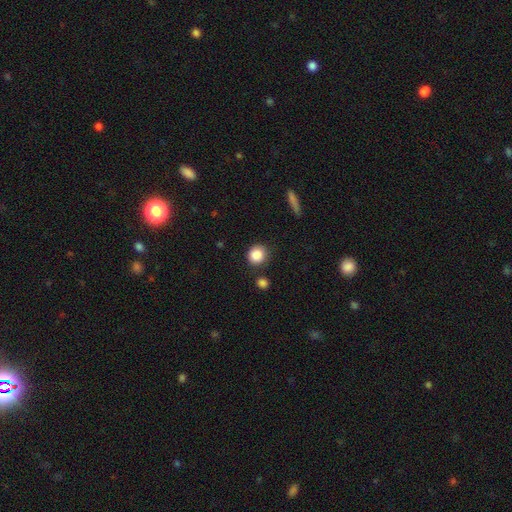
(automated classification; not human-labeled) This appears to be a smooth galaxy with no disk features (87%) that is round (89%). Merging: none (81%).